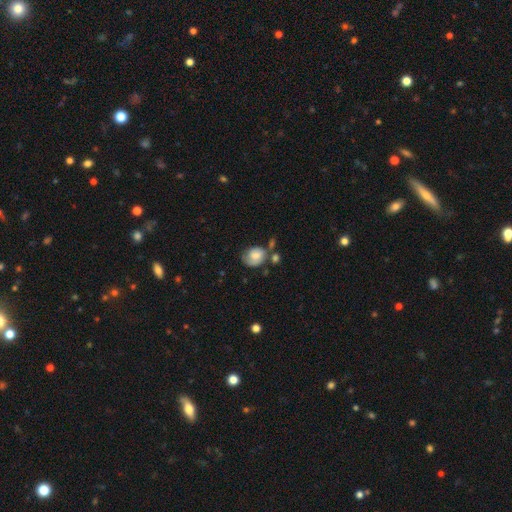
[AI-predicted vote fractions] smooth_or_featured: smooth (p=0.66) [alt: featured or disk p=0.26]
how_rounded: round (p=0.51) [alt: in between p=0.48]
merging: none (p=0.45) [alt: minor disturbance p=0.28]